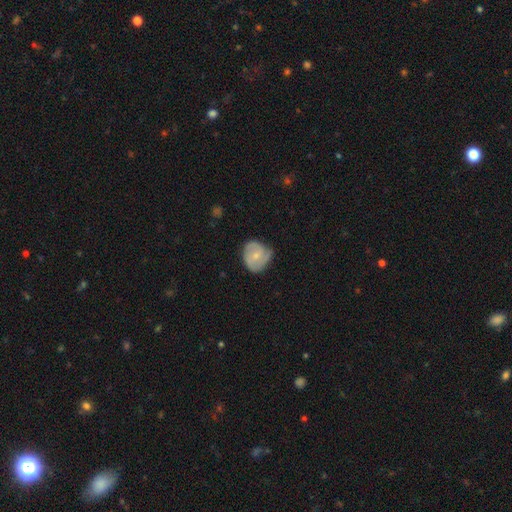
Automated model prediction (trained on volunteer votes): Smooth or featured: featured or disk — 49% (smooth — 45%)
Merging: none — 52% (minor disturbance — 35%)